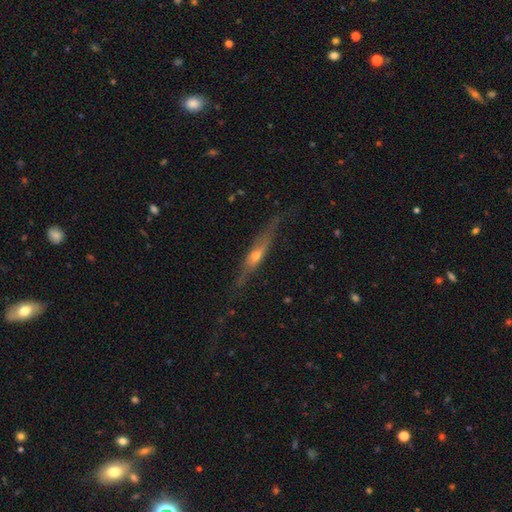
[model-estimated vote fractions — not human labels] Smooth or featured? featured or disk (67%)
Edge-on disk? yes (89%)
Edge-on bulge? rounded (78%)
Merging? none (72%)